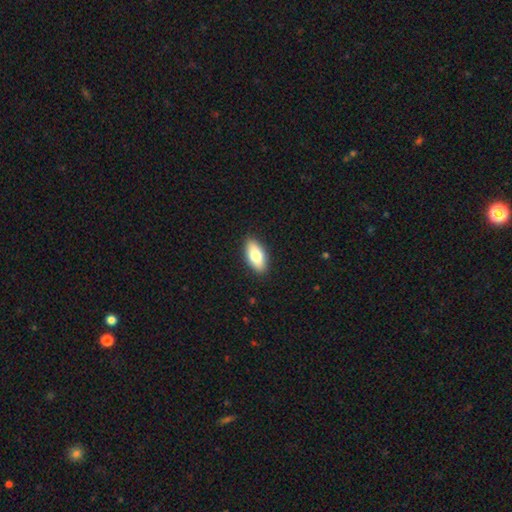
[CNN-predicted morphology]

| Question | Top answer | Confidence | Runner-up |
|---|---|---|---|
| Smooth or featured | smooth | 74% | featured or disk (20%) |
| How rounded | in between | 87% | cigar-shaped (10%) |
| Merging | none | 90% | minor disturbance (8%) |